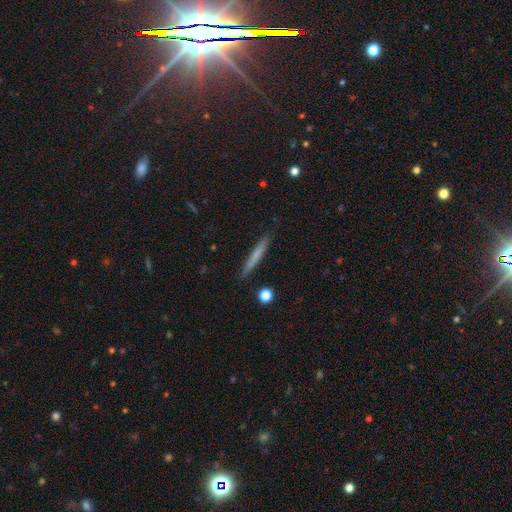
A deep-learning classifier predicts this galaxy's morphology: This is likely a smooth galaxy (67%). How rounded: clearly cigar-shaped (96%). Merging: clearly none (90%).